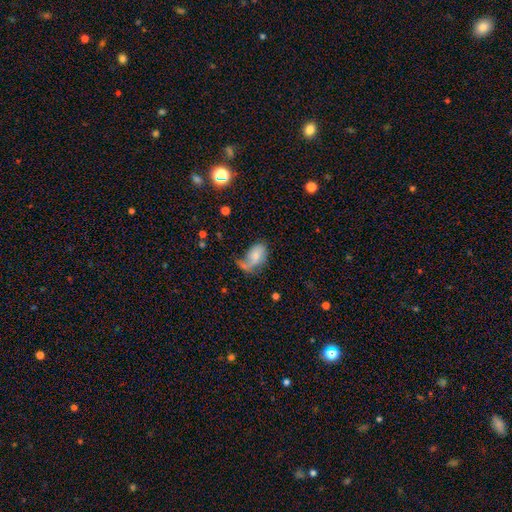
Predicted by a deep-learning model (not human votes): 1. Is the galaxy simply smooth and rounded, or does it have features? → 53% smooth, 38% featured or disk, 9% star or artifact.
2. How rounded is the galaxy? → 90% in between, 8% round, 2% cigar-shaped.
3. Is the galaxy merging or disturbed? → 36% major disturbance, 29% none, 24% minor disturbance, 11% merger.